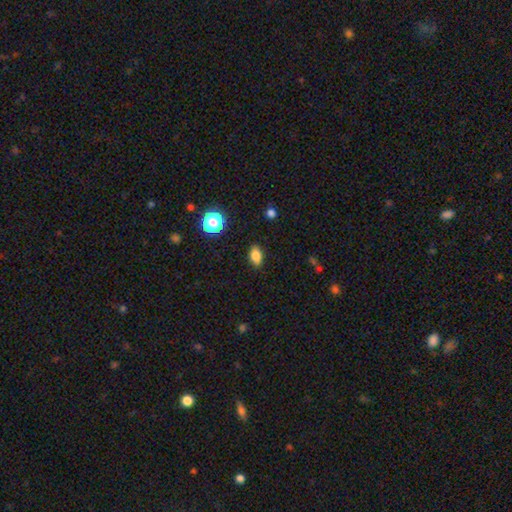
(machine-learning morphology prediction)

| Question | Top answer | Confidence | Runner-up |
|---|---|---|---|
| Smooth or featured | smooth | 82% | star or artifact (11%) |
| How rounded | in between | 84% | round (12%) |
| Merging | none | 88% | minor disturbance (9%) |